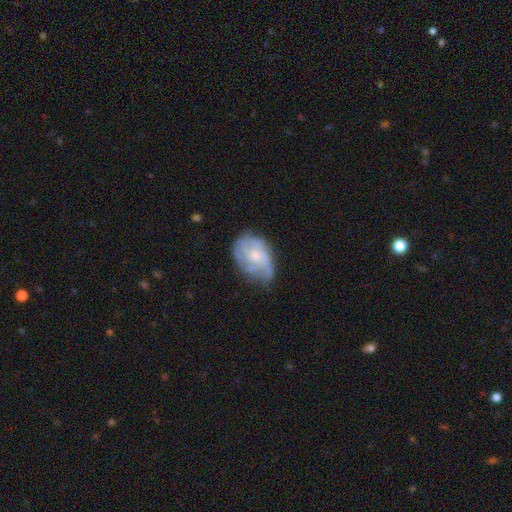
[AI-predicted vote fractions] Q: Smooth or featured?
A: featured or disk (65%); runner-up: smooth (29%)
Q: Edge-on disk?
A: no (97%); runner-up: yes (3%)
Q: Bar?
A: no (79%); runner-up: weak (18%)
Q: Spiral arms?
A: yes (73%); runner-up: no (27%)
Q: Bulge size?
A: moderate (46%); runner-up: small (43%)
Q: Merging?
A: none (53%); runner-up: minor disturbance (31%)